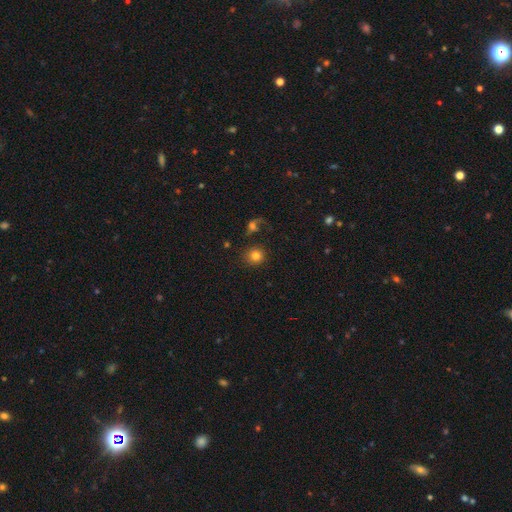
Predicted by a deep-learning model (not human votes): A smooth galaxy with no disk features (81%) that is round (88%). Merging: none (79%).